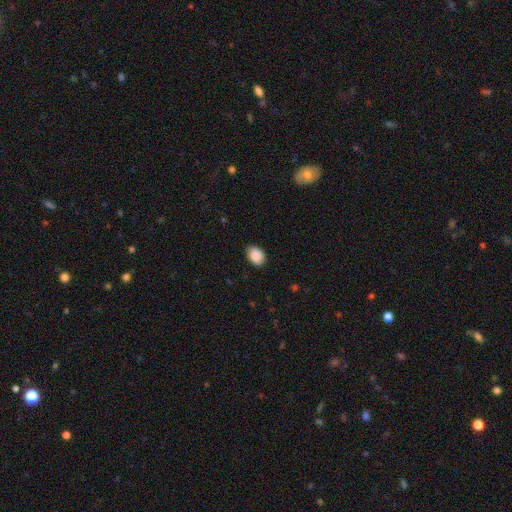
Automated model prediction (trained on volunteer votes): The model was most divided on "how rounded": in between: 71%, round: 28%, cigar-shaped: 1%. More confident: smooth or featured — smooth (87%); merging — none (74%).